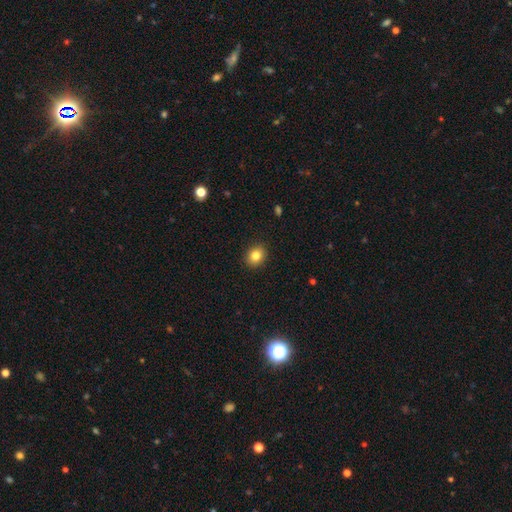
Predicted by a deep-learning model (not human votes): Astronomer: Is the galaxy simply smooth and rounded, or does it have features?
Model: smooth — 84%.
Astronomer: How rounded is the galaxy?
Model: round — 63%.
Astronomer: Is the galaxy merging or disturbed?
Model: none — 90%.